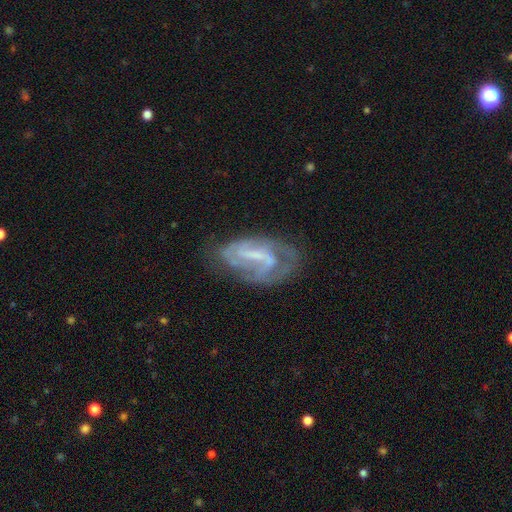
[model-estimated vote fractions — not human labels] Smooth or featured? Predicted: featured or disk (p=0.77). Edge-on disk? Predicted: no (p=0.95). Bar? Predicted: weak (p=0.44). Spiral arms? Predicted: yes (p=0.82). Spiral winding? Predicted: tight (p=0.43). Spiral arm count? Predicted: 2 (p=0.46). Bulge size? Predicted: small (p=0.40). Merging? Predicted: none (p=0.54).